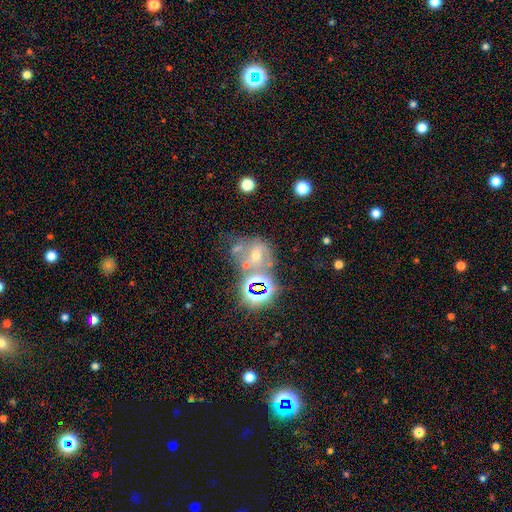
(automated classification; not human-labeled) A star or artifact, not a galaxy (37%).

Vote fractions:
- Smooth or featured? star or artifact: 37% / featured or disk: 33% / smooth: 30%